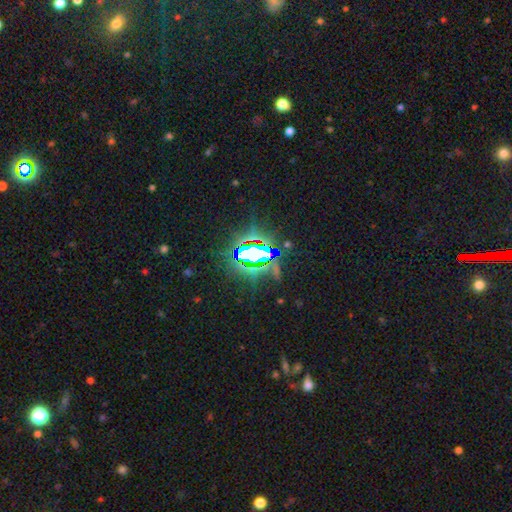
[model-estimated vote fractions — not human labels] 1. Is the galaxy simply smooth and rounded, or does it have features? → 77% star or artifact, 12% smooth, 11% featured or disk.